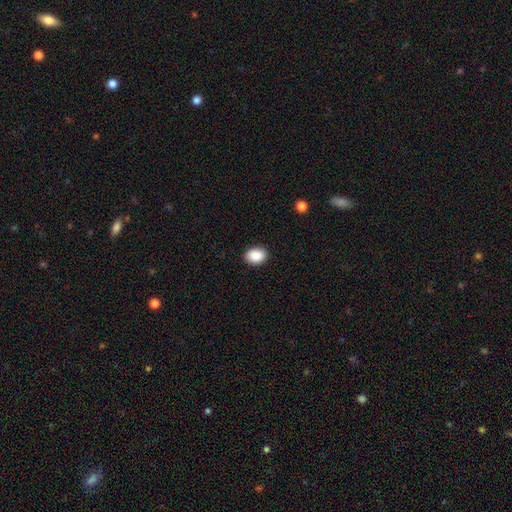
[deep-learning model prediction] The model was most divided on "how rounded": in between: 70%, round: 29%, cigar-shaped: 1%. More confident: smooth or featured — smooth (90%); merging — none (89%).